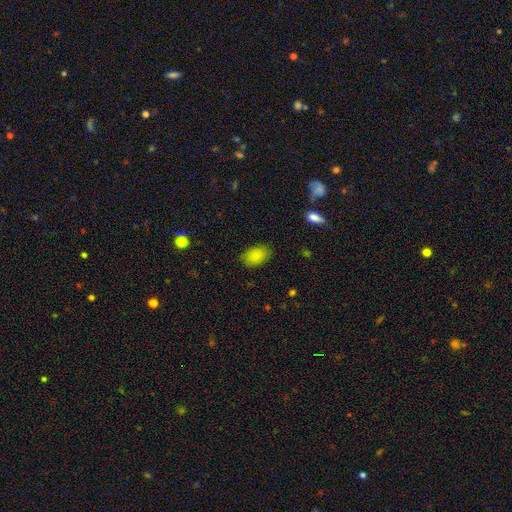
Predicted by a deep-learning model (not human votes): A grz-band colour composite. It shows a smooth galaxy with no disk features (85%) that is in between round and cigar-shaped (88%). Merging: none (84%).